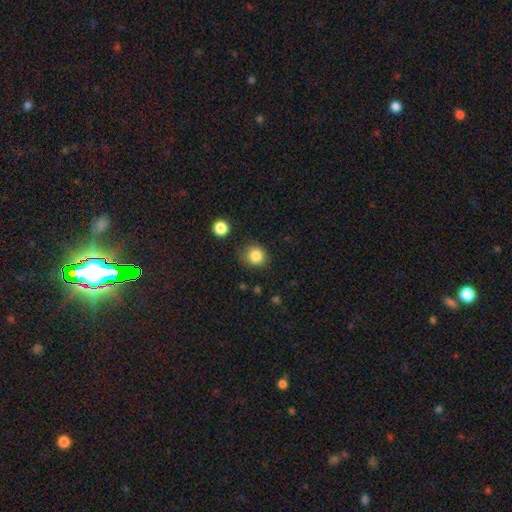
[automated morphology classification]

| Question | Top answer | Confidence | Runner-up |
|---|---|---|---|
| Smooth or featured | smooth | 84% | star or artifact (11%) |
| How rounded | round | 86% | in between (13%) |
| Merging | none | 84% | minor disturbance (10%) |